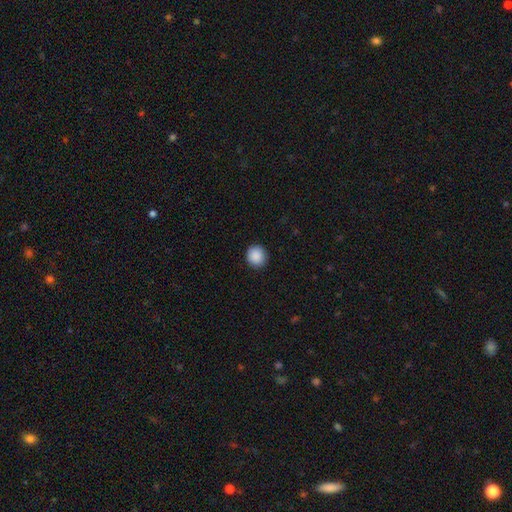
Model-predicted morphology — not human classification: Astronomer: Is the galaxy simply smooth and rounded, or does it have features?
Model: smooth — 90%.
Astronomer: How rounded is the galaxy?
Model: round — 90%.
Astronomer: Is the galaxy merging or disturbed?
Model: none — 92%.